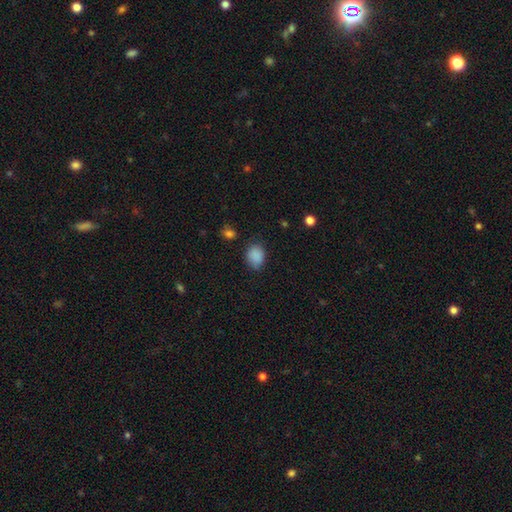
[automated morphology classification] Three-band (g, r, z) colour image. It shows a smooth galaxy with no disk features (87%) that is in between round and cigar-shaped (60%). Merging: none (74%).